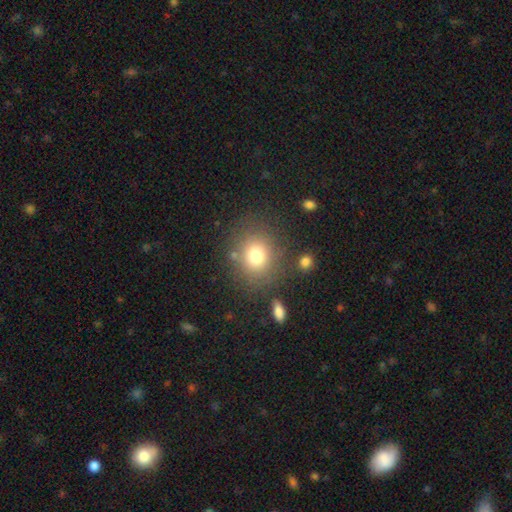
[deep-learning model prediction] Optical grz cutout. It shows a smooth galaxy with no disk features (75%) that is round (71%). Merging: none (77%).